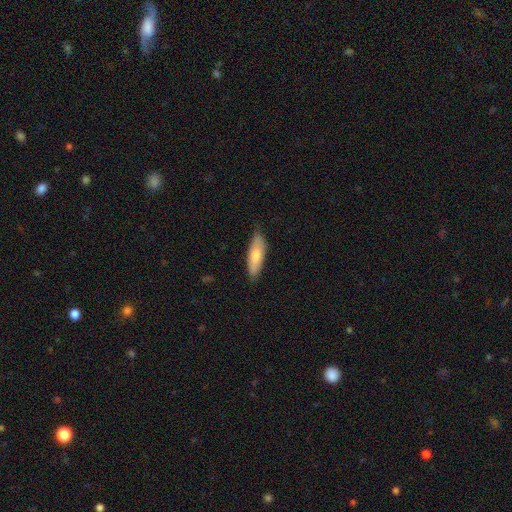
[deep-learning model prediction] Smooth or featured? smooth (76%)
How rounded? in between (52%)
Merging? none (79%)